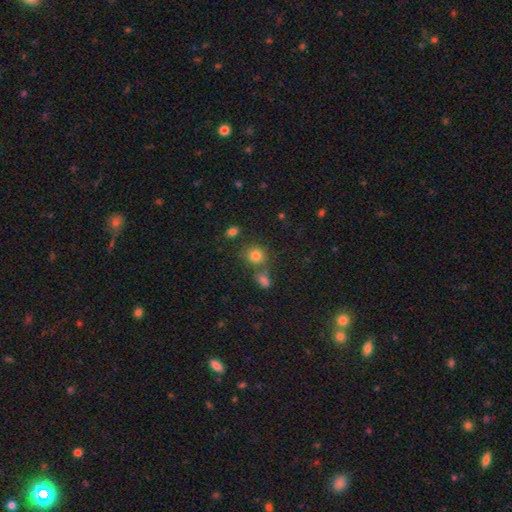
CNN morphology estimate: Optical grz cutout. It shows a smooth galaxy with no disk features (80%) that is round (76%). Merging: none (62%).